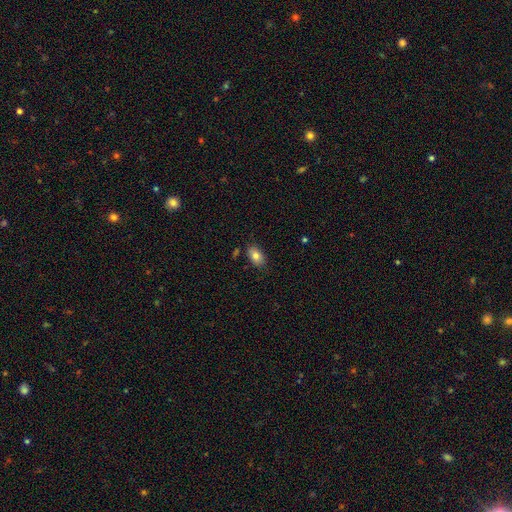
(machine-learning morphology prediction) type=smooth (81%); roundness=in between (90%); merging=none (82%).